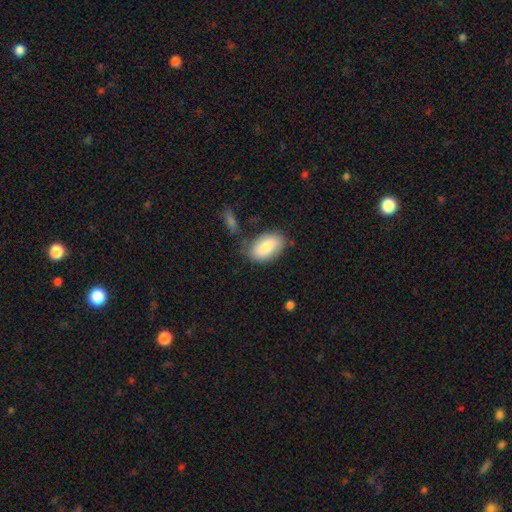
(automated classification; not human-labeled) A smooth galaxy with no disk features (77%) that is in between round and cigar-shaped (93%).

Vote fractions:
- Smooth or featured? smooth: 77% / featured or disk: 14% / star or artifact: 9%
- How rounded? in between: 93% / round: 5% / cigar-shaped: 2%
- Merging? none: 71% / minor disturbance: 17% / merger: 8% / major disturbance: 5%